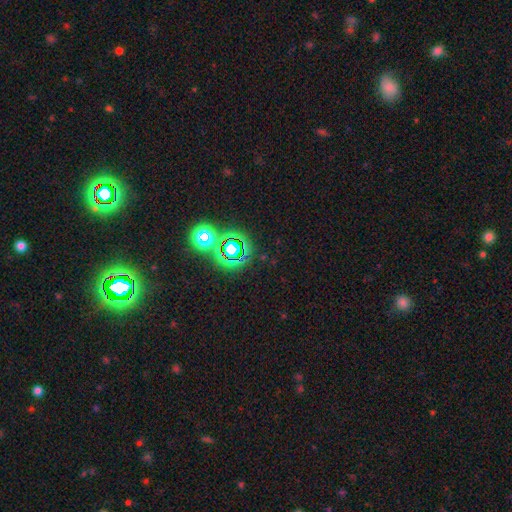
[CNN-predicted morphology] This appears to be a star or artifact, not a galaxy (73%).